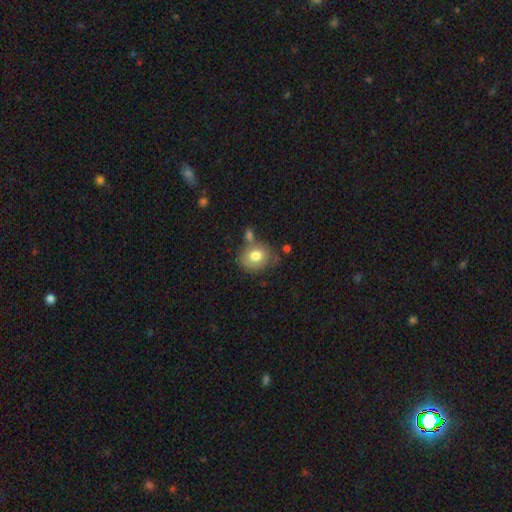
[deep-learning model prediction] A smooth galaxy with no disk features (75%) that is round (56%).

Vote fractions:
- Smooth or featured? smooth: 75% / featured or disk: 17% / star or artifact: 8%
- How rounded? round: 56% / in between: 43% / cigar-shaped: 1%
- Merging? none: 53% / minor disturbance: 20% / merger: 20% / major disturbance: 7%